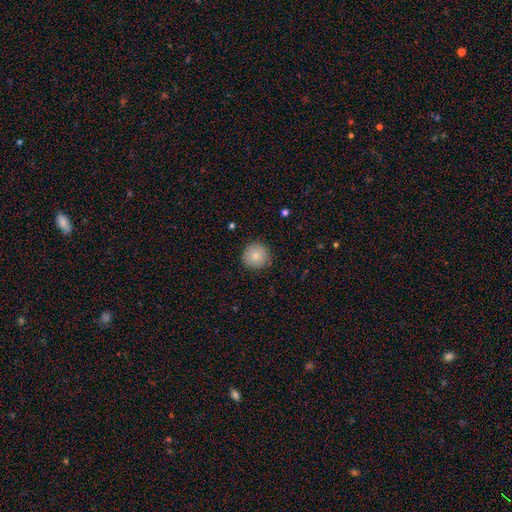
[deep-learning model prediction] The model was most divided on "smooth or featured": smooth: 84%, star or artifact: 8%, featured or disk: 8%. More confident: how rounded — round (95%); merging — none (88%).